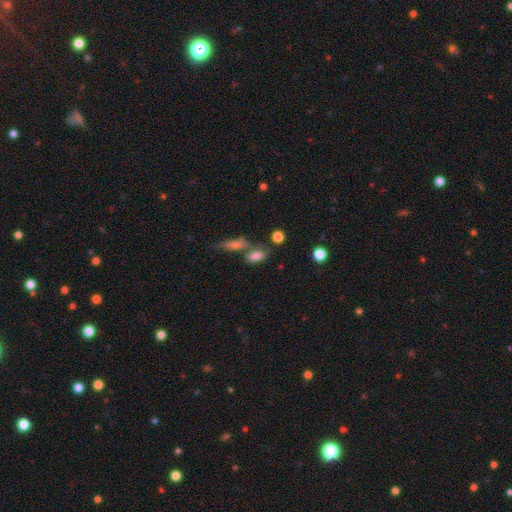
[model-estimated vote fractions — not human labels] The model was most divided on "merging": none: 48%, merger: 33%, minor disturbance: 13%, major disturbance: 6%. More confident: how rounded — in between (78%); smooth or featured — smooth (77%).